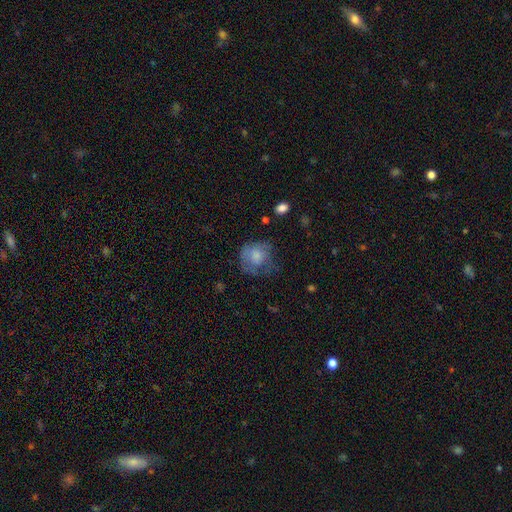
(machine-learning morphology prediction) Overall: smooth (65%; featured or disk 26%). How rounded: round (79%). Merging: none (47%; minor disturbance 27%).